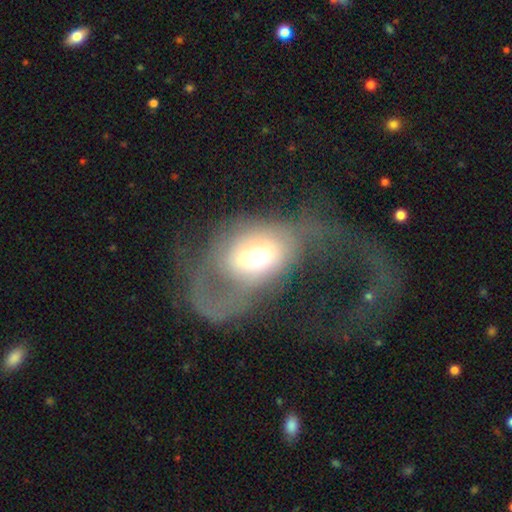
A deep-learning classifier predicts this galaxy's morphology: This appears to be a featured or disk galaxy (53%). Merging: major disturbance (72%).